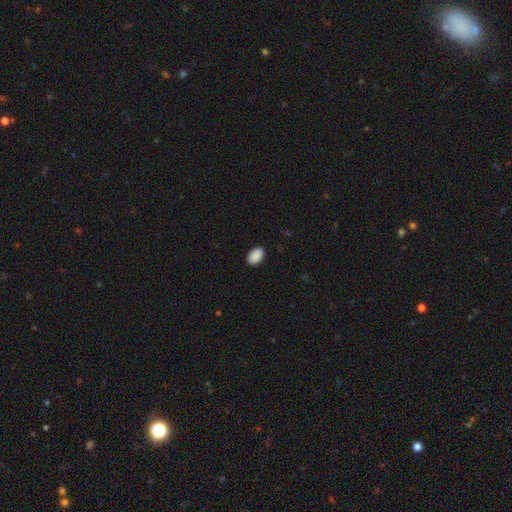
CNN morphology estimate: type=smooth (91%); roundness=in between (90%); merging=none (90%).